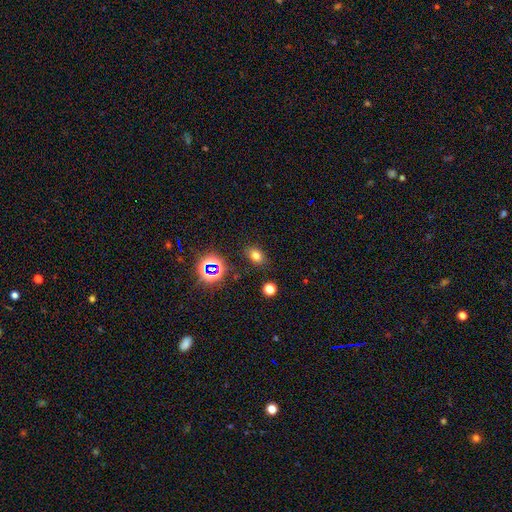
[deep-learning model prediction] smooth_or_featured: smooth (p=0.71) [alt: star or artifact p=0.21]
how_rounded: in between (p=0.68) [alt: round p=0.31]
merging: none (p=0.84) [alt: minor disturbance p=0.10]